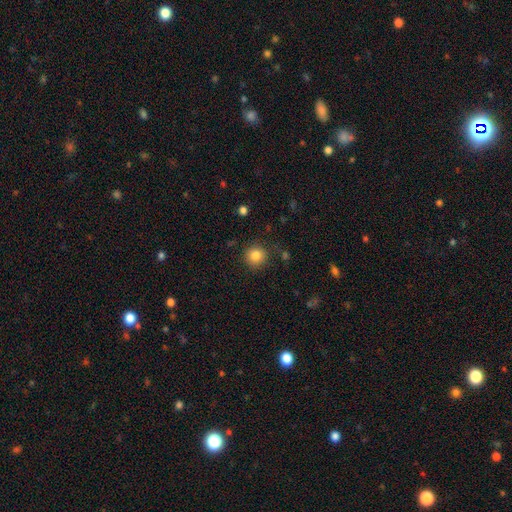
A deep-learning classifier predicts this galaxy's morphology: Smooth or featured? Predicted: smooth (p=0.83). How rounded? Predicted: round (p=0.93). Merging? Predicted: none (p=0.88).